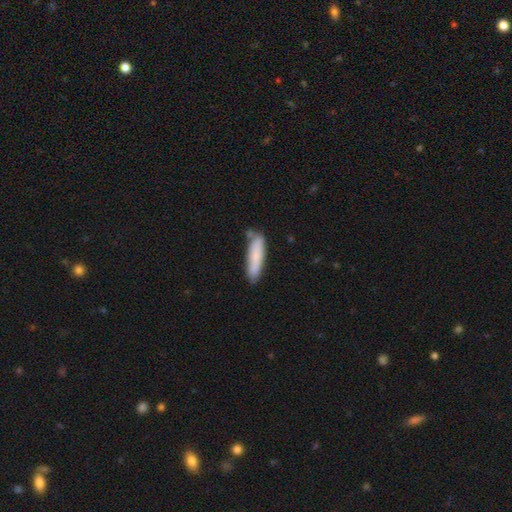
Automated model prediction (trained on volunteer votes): The model was most divided on "merging": none: 73%, minor disturbance: 17%, merger: 6%, major disturbance: 3%. More confident: smooth or featured — smooth (81%); how rounded — cigar-shaped (79%).